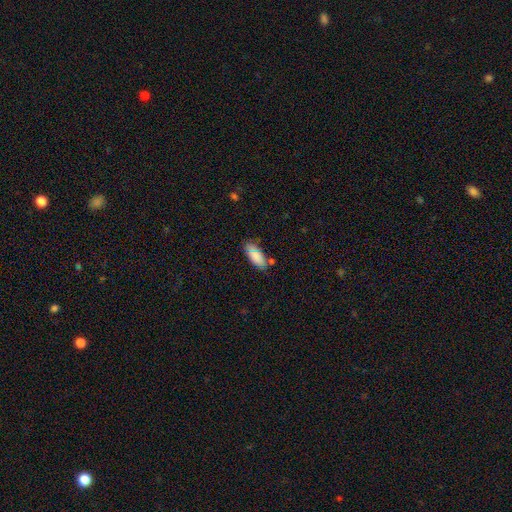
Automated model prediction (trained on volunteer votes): A smooth galaxy with no disk features (81%) that is in between round and cigar-shaped (86%). Merging: none (68%).